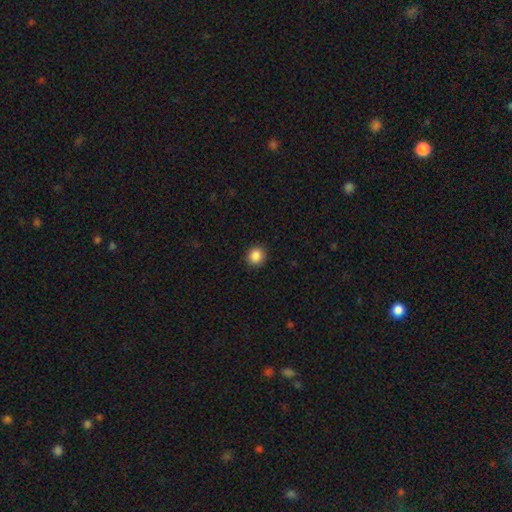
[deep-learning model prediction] This is clearly a smooth galaxy (87%). How rounded: clearly round (87%). Merging: clearly none (91%).